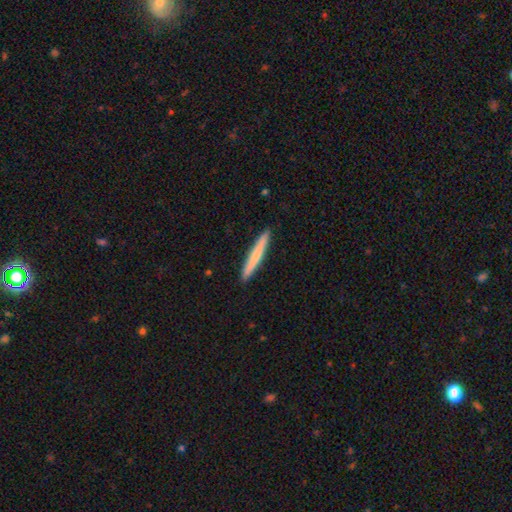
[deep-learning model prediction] smooth_or_featured: smooth (p=0.64) [alt: featured or disk p=0.30]
how_rounded: cigar-shaped (p=0.96) [alt: in between p=0.03]
merging: none (p=0.92) [alt: minor disturbance p=0.05]